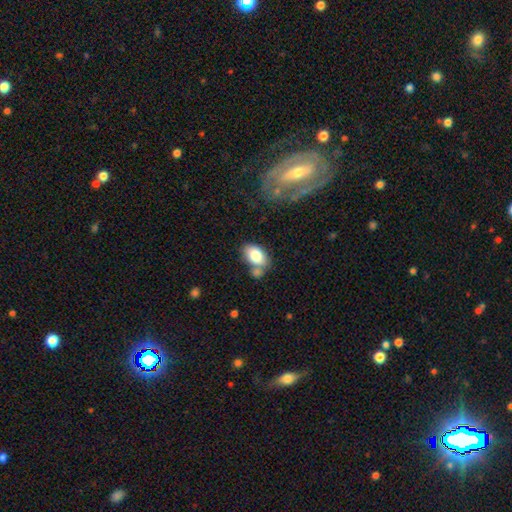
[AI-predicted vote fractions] A smooth galaxy with no disk features (80%) that is in between round and cigar-shaped (88%).

Vote fractions:
- Smooth or featured? smooth: 80% / featured or disk: 13% / star or artifact: 7%
- How rounded? in between: 88% / round: 11% / cigar-shaped: 1%
- Merging? none: 52% / merger: 24% / minor disturbance: 18% / major disturbance: 6%